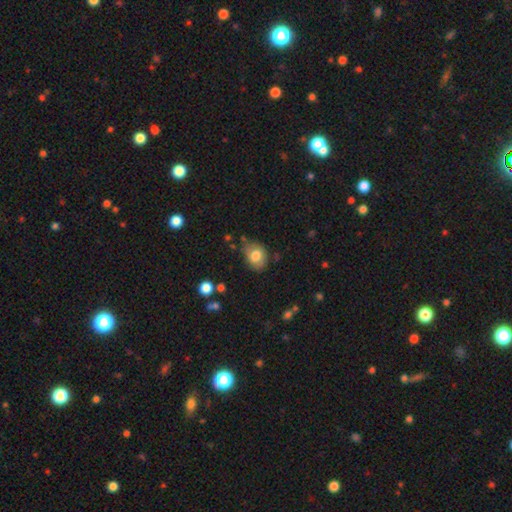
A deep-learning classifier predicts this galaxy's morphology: A smooth galaxy with no disk features (76%) that is in between round and cigar-shaped (66%). Merging: none (68%).